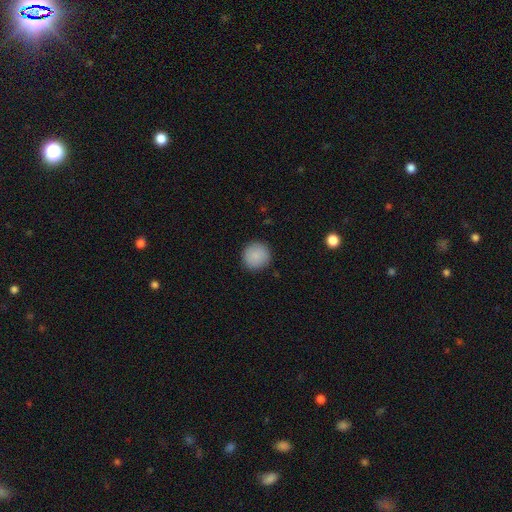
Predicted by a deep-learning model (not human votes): smooth-or-featured: smooth: 88% | star or artifact: 7% | featured or disk: 5%
  how-rounded: round: 95% | in between: 4% | cigar-shaped: 1%
  merging: none: 91% | minor disturbance: 7% | major disturbance: 2% | merger: 1%